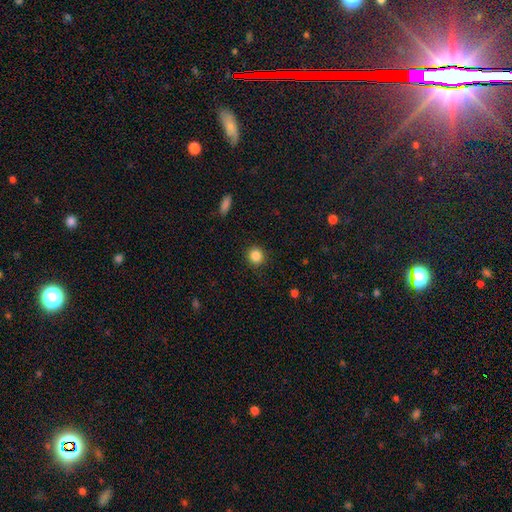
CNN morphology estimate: smooth-or-featured: smooth: 86% | star or artifact: 11% | featured or disk: 4%
  how-rounded: round: 92% | in between: 7% | cigar-shaped: 1%
  merging: none: 91% | minor disturbance: 6% | major disturbance: 2% | merger: 1%